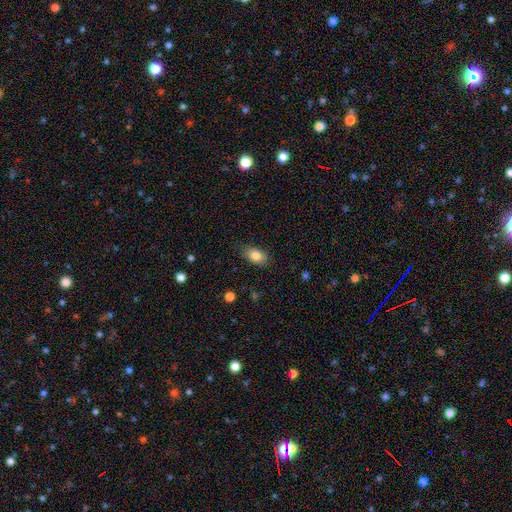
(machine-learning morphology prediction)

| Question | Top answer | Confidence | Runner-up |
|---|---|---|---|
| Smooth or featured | smooth | 83% | featured or disk (9%) |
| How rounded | in between | 86% | round (12%) |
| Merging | none | 82% | minor disturbance (14%) |